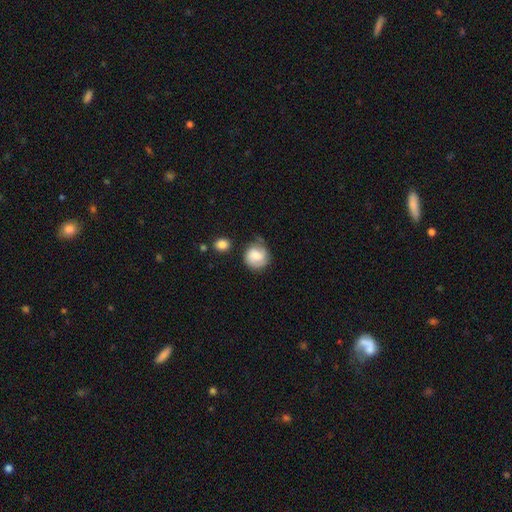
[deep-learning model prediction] Overall: smooth (66%). How rounded: round (87%). Merging: none (61%; minor disturbance 26%).